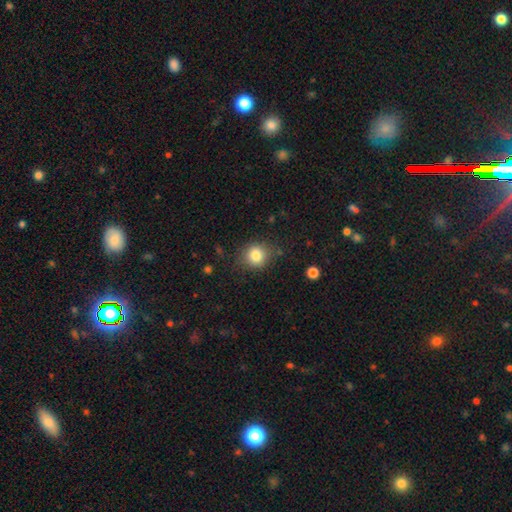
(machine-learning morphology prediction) This appears to be a smooth galaxy with no disk features (82%) that is round (79%). Merging: none (79%).